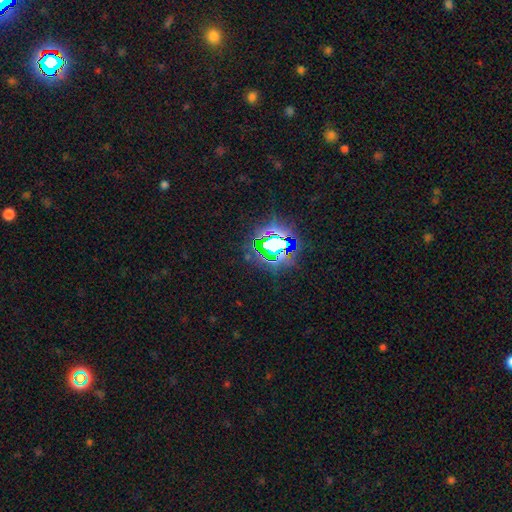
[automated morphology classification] A star or artifact, not a galaxy (82%).

Vote fractions:
- Smooth or featured? star or artifact: 82% / smooth: 11% / featured or disk: 7%